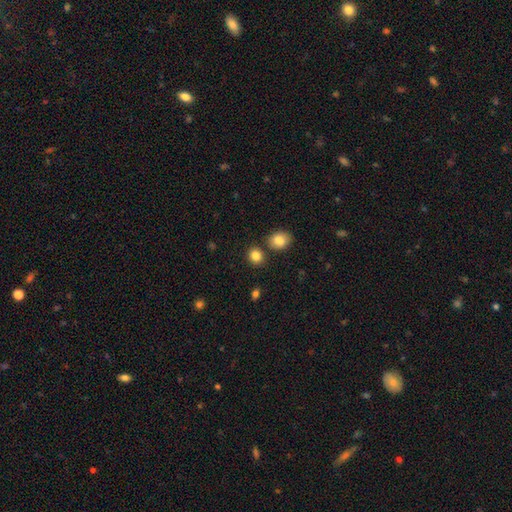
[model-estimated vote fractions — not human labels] Smooth or featured: smooth — 85% (star or artifact — 10%)
How rounded: round — 71% (in between — 28%)
Merging: none — 79% (merger — 10%)